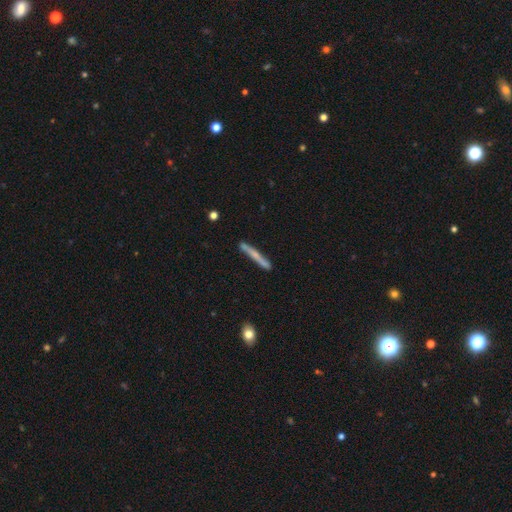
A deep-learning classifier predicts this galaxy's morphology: Q: Smooth or featured?
A: smooth (51%); runner-up: featured or disk (43%)
Q: How rounded?
A: cigar-shaped (96%); runner-up: in between (3%)
Q: Merging?
A: none (80%); runner-up: minor disturbance (14%)